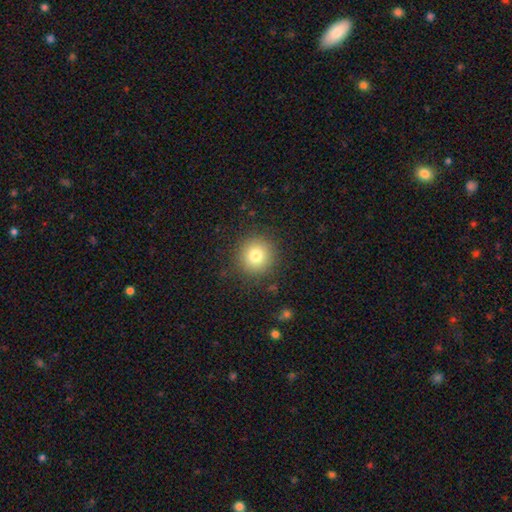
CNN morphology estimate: Smooth or featured?
  - smooth: 79% *
  - star or artifact: 12%
  - featured or disk: 9%
How rounded?
  - round: 94% *
  - in between: 5%
  - cigar-shaped: 1%
Merging?
  - none: 89% *
  - minor disturbance: 7%
  - major disturbance: 3%
  - merger: 1%